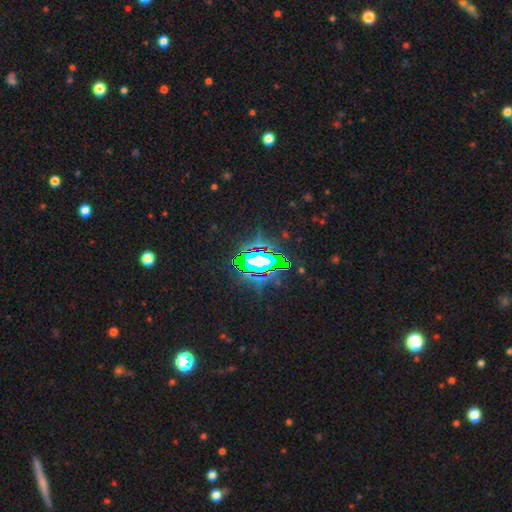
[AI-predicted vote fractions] This appears to be a star or artifact, not a galaxy (82%).